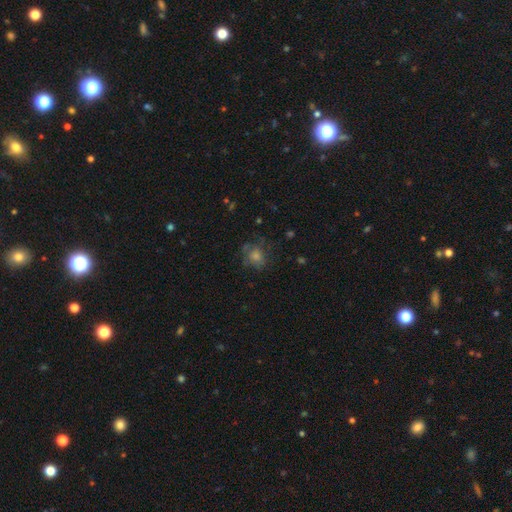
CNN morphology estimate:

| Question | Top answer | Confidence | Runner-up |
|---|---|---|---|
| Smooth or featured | smooth | 44% | featured or disk (33%) |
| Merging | none | 66% | minor disturbance (18%) |